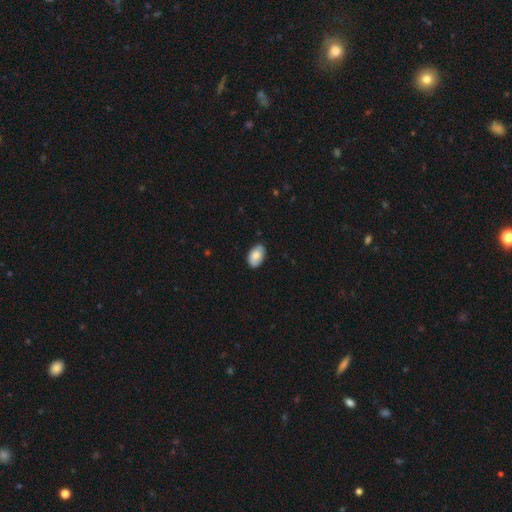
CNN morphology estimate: A smooth galaxy with no disk features (80%) that is in between round and cigar-shaped (93%).

Vote fractions:
- Smooth or featured? smooth: 80% / featured or disk: 14% / star or artifact: 7%
- How rounded? in between: 93% / round: 6% / cigar-shaped: 1%
- Merging? none: 80% / minor disturbance: 16% / major disturbance: 2% / merger: 1%